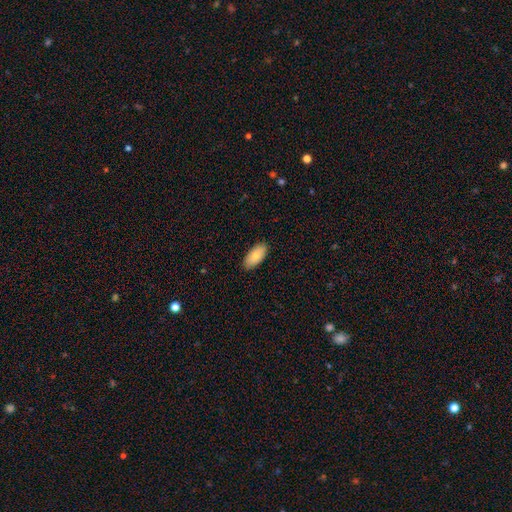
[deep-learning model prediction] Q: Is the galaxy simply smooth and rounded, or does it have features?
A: smooth — 84%.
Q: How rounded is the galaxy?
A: in between — 93%.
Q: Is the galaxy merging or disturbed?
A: none — 89%.